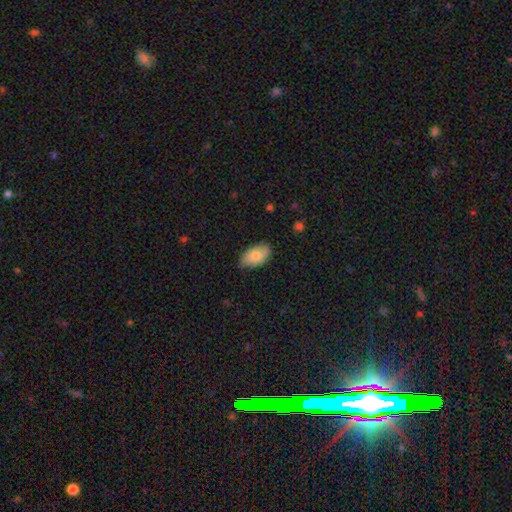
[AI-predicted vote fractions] This appears to be a smooth galaxy with no disk features (76%) that is in between round and cigar-shaped (94%). Merging: none (74%).